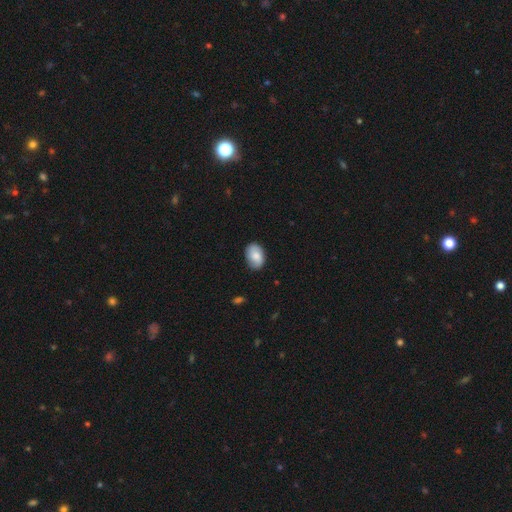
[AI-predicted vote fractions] Overall: smooth (77%). How rounded: in between (86%). Merging: none (84%).